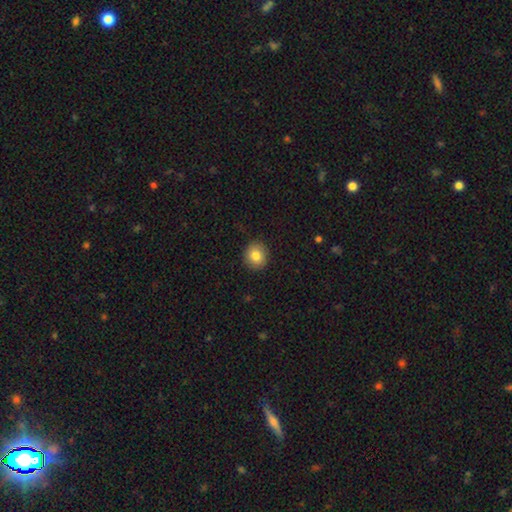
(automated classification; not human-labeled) A smooth galaxy with no disk features (83%) that is round (84%).

Vote fractions:
- Smooth or featured? smooth: 83% / star or artifact: 9% / featured or disk: 8%
- How rounded? round: 84% / in between: 15% / cigar-shaped: 1%
- Merging? none: 90% / minor disturbance: 7% / major disturbance: 2% / merger: 1%